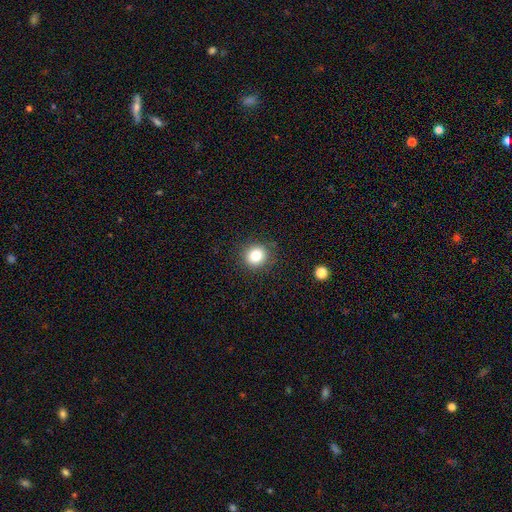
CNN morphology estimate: A smooth galaxy with no disk features (82%) that is round (87%).

Vote fractions:
- Smooth or featured? smooth: 82% / star or artifact: 12% / featured or disk: 6%
- How rounded? round: 87% / in between: 12% / cigar-shaped: 1%
- Merging? none: 89% / minor disturbance: 7% / major disturbance: 3% / merger: 1%